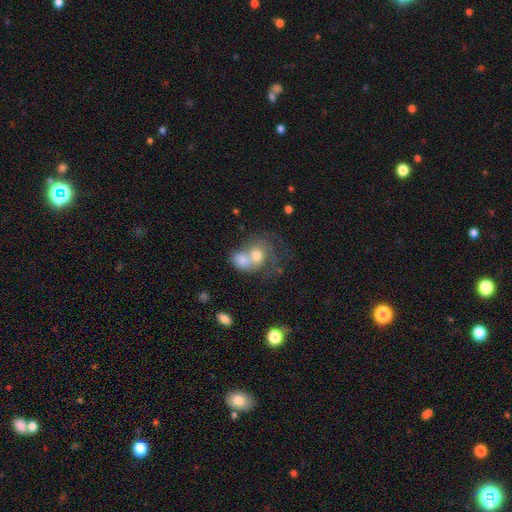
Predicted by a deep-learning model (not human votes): Morphology: type=smooth (45%); merging=merger (71%).